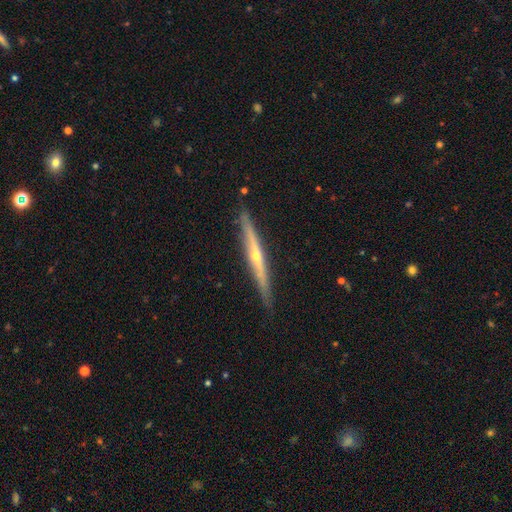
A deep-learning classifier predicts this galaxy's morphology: A featured or disk galaxy (78%) viewed edge-on (97%) with a rounded central bulge (81%). Merging: none (89%).